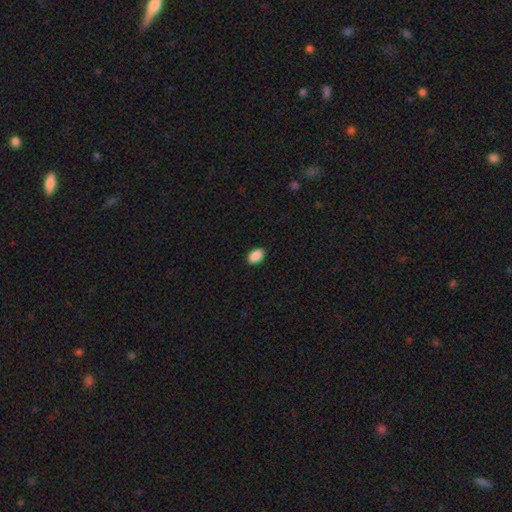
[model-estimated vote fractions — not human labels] Overall: smooth (90%). How rounded: in between (91%). Merging: none (89%).